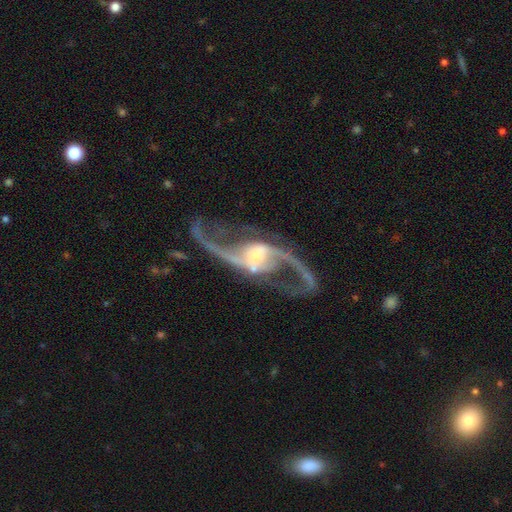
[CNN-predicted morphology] The model was most divided on "bar": no: 36%, weak: 34%, strong: 29%. Remaining: edge-on disk — no (95%); spiral arms — yes (95%); spiral arm count — 2 (93%); smooth or featured — featured or disk (91%); spiral winding — loose (72%); merging — none (63%); bulge size — small (46%).